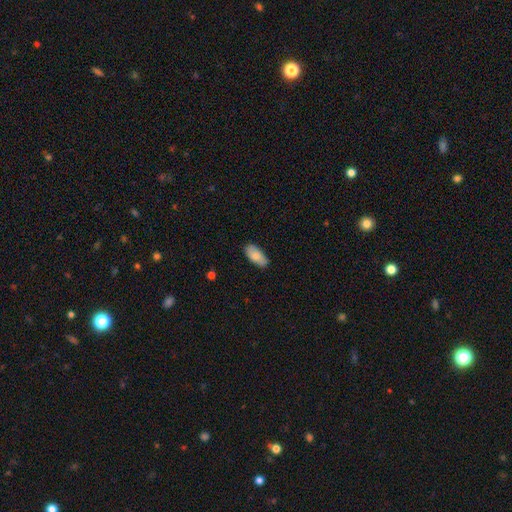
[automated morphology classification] type=smooth (80%); roundness=in between (90%); merging=none (81%).